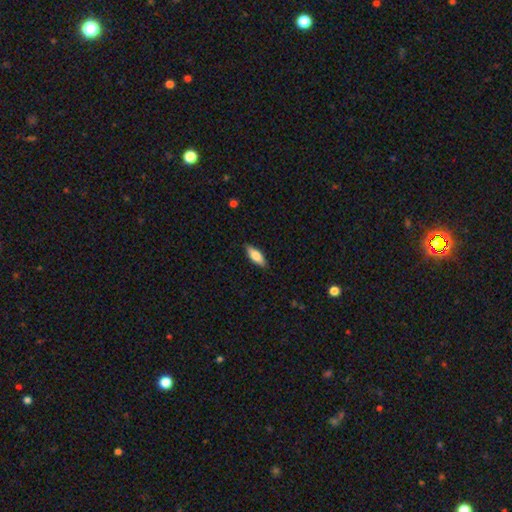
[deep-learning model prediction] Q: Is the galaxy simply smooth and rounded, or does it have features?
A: smooth — 74%.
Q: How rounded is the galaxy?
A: in between — 66%.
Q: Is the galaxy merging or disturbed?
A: none — 87%.